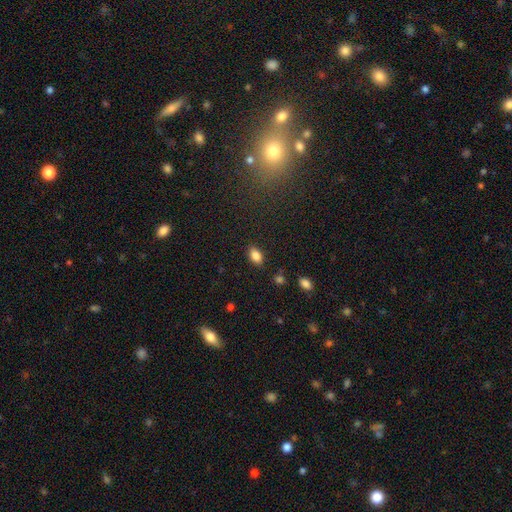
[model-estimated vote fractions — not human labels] Morphology: type=smooth (85%); roundness=in between (90%); merging=none (85%).